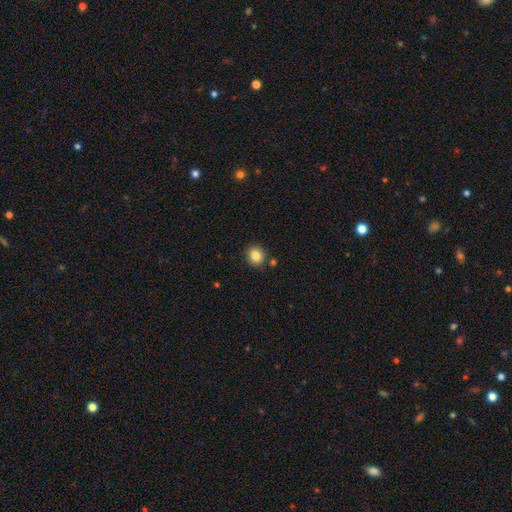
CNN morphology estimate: type=smooth (84%); roundness=round (80%); merging=none (84%).